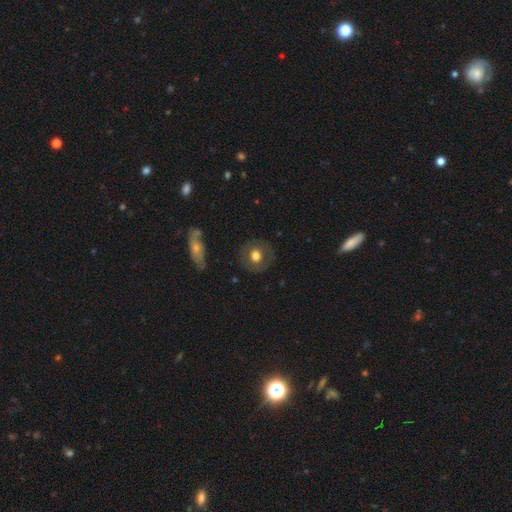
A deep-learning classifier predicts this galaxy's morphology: Smooth or featured?
  - smooth: 62% *
  - featured or disk: 30%
  - star or artifact: 8%
How rounded?
  - round: 88% *
  - in between: 11%
  - cigar-shaped: 1%
Merging?
  - none: 85% *
  - minor disturbance: 10%
  - major disturbance: 4%
  - merger: 2%